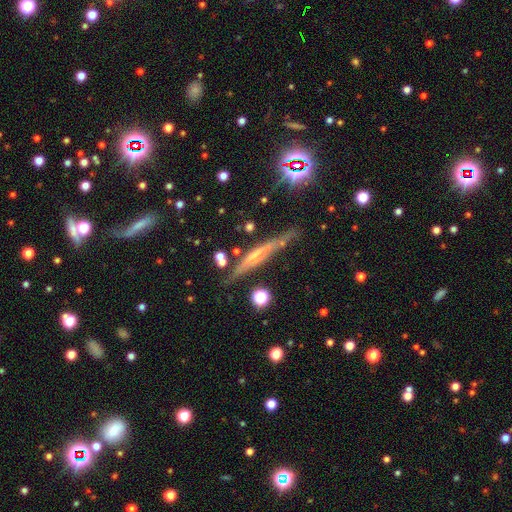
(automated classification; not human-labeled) Q: Smooth or featured?
A: featured or disk (65%); runner-up: smooth (24%)
Q: Edge-on disk?
A: yes (93%); runner-up: no (7%)
Q: Edge-on bulge?
A: rounded (41%); runner-up: none (39%)
Q: Merging?
A: none (74%); runner-up: minor disturbance (17%)